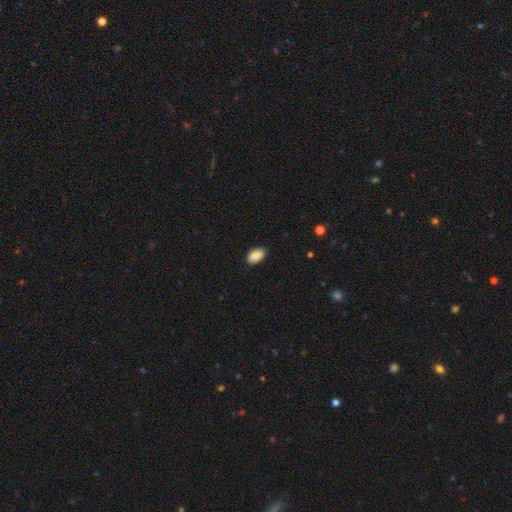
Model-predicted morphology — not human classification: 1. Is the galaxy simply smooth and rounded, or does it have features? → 90% smooth, 7% star or artifact, 3% featured or disk.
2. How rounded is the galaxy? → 93% in between, 5% round, 2% cigar-shaped.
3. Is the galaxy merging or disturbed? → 87% none, 10% minor disturbance, 2% major disturbance, 1% merger.